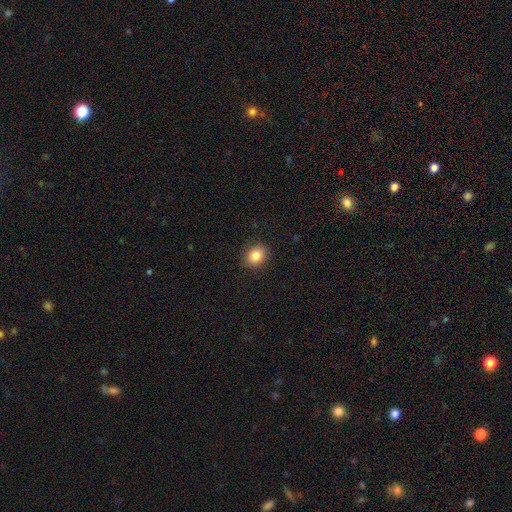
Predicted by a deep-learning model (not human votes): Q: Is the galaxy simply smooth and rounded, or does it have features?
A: smooth — 85%.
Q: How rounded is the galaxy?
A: round — 55%.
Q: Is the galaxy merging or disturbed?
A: none — 89%.